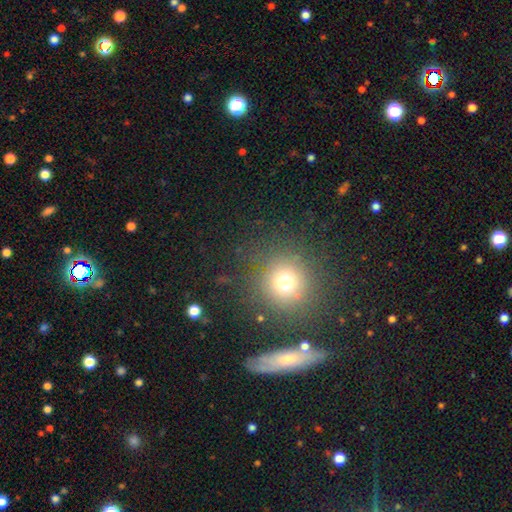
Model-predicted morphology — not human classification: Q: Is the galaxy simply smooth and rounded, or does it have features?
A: smooth — 55%.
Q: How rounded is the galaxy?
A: round — 88%.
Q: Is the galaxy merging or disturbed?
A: none — 83%.